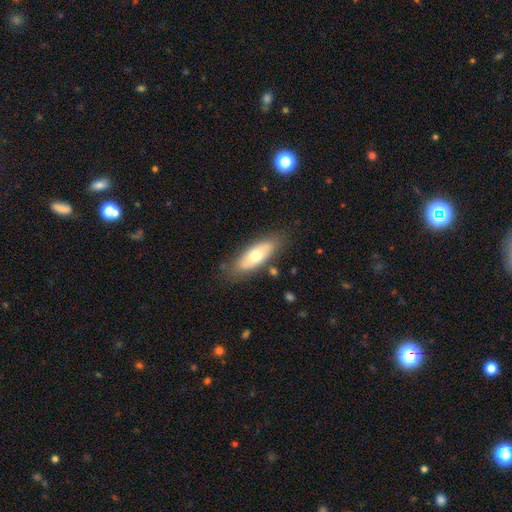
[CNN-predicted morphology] Overall: smooth (58%; featured or disk 36%). How rounded: in between (73%). Merging: none (79%).